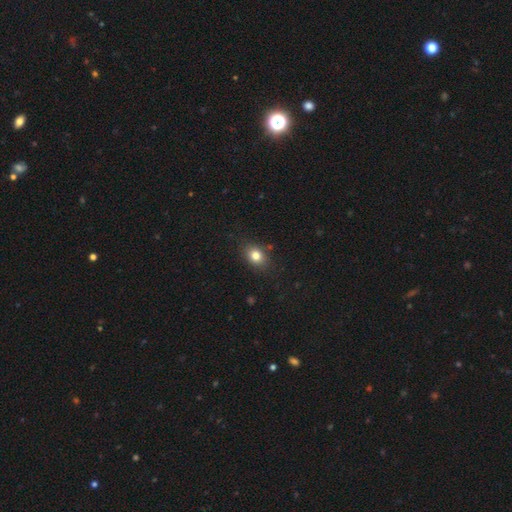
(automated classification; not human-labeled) The model was most divided on "how rounded": in between: 61%, round: 38%, cigar-shaped: 1%. More confident: merging — none (82%); smooth or featured — smooth (80%).